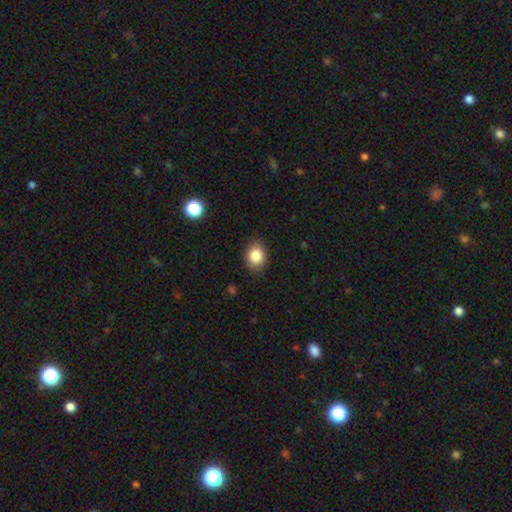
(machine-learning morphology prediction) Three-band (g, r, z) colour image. It shows a smooth galaxy with no disk features (85%) that is round (51%). Merging: none (87%).